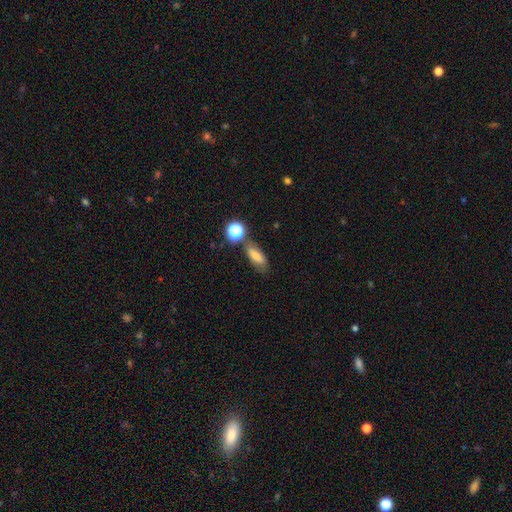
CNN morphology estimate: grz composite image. It shows a smooth galaxy with no disk features (73%) that is in between round and cigar-shaped (70%). Merging: none (64%).